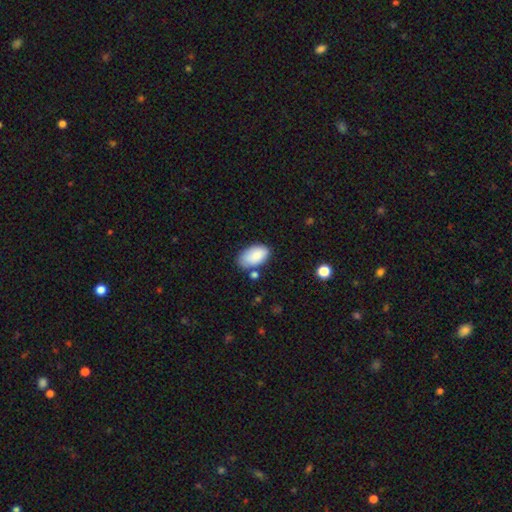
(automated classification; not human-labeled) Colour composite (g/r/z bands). It shows a smooth galaxy with no disk features (86%) that is in between round and cigar-shaped (95%). Merging: none (66%).